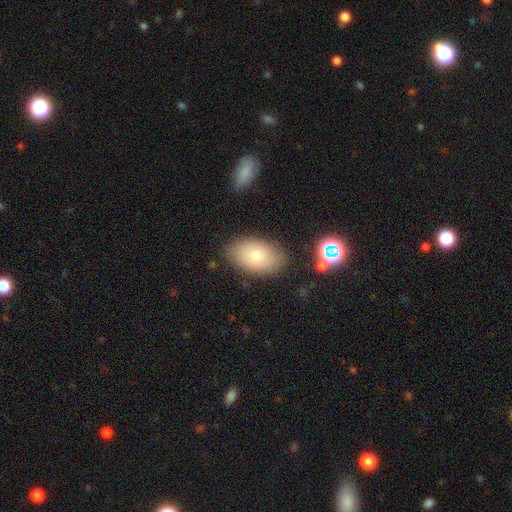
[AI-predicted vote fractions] Smooth or featured? Predicted: smooth (p=0.70). How rounded? Predicted: in between (p=0.88). Merging? Predicted: none (p=0.81).